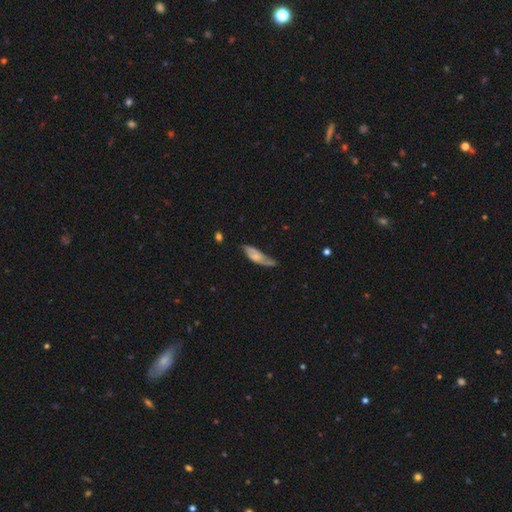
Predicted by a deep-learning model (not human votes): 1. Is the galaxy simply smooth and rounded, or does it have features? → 50% smooth, 42% featured or disk, 7% star or artifact.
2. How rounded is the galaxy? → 62% in between, 35% cigar-shaped, 2% round.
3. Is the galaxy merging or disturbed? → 37% none, 36% minor disturbance, 22% major disturbance, 5% merger.